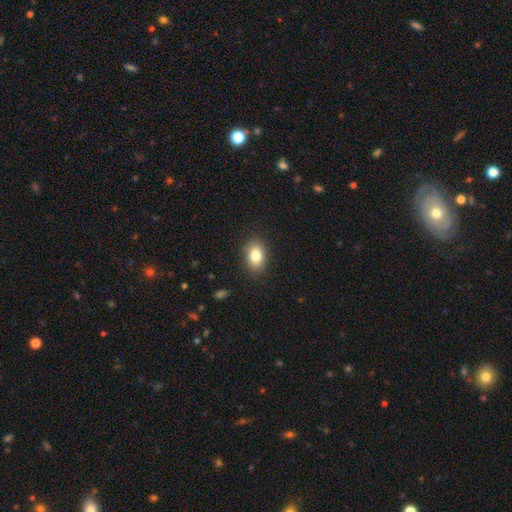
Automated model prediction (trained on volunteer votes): Smooth or featured: smooth — 83% (featured or disk — 9%)
How rounded: in between — 82% (round — 16%)
Merging: none — 86% (minor disturbance — 10%)